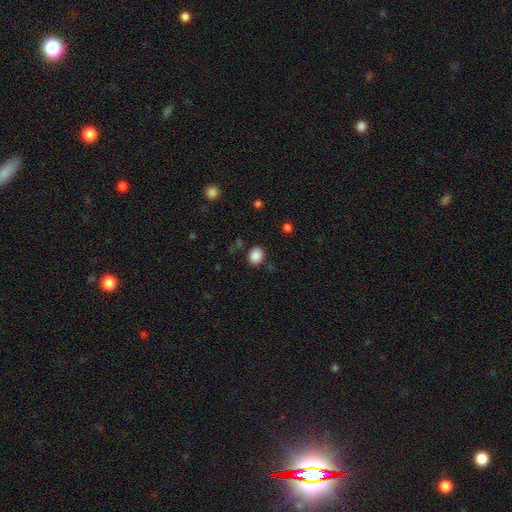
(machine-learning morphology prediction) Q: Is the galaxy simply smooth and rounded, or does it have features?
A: smooth — 87%.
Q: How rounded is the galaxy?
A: round — 58%.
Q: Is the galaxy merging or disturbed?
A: none — 82%.